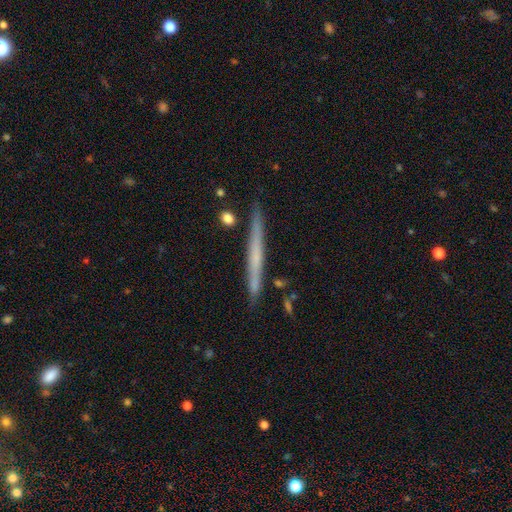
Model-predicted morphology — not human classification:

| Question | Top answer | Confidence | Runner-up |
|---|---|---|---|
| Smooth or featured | featured or disk | 50% | smooth (44%) |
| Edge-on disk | yes | 97% | no (3%) |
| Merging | none | 87% | minor disturbance (9%) |